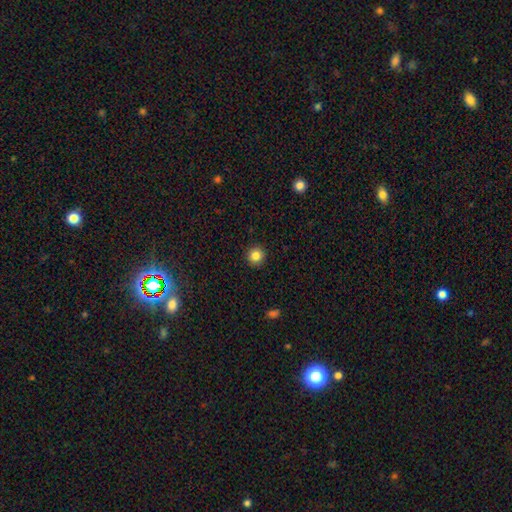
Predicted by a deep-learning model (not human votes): Overall: smooth (84%). How rounded: round (94%). Merging: none (93%).